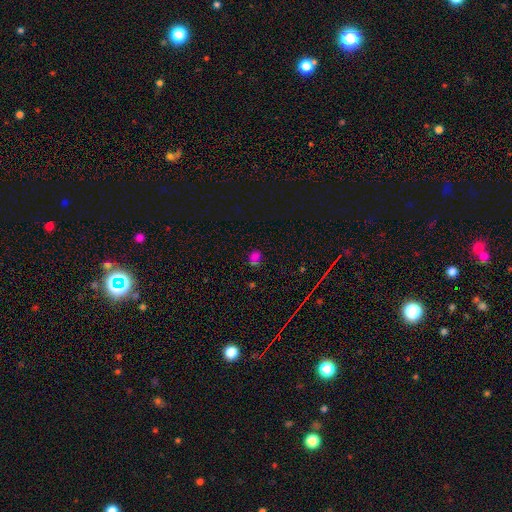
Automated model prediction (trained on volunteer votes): Smooth or featured?
  - smooth: 50% *
  - star or artifact: 41%
  - featured or disk: 9%
Merging?
  - none: 65% *
  - minor disturbance: 16%
  - merger: 13%
  - major disturbance: 7%